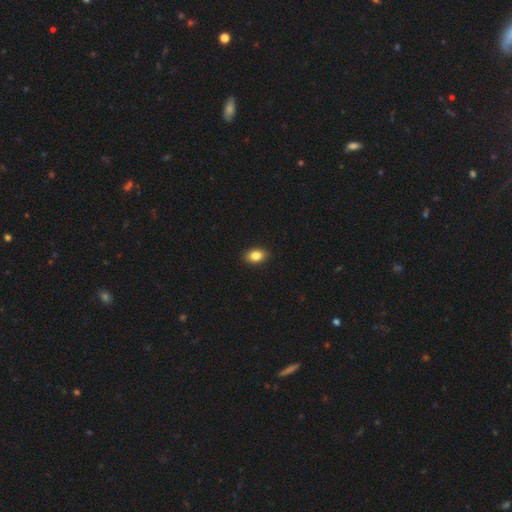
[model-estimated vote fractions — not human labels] Overall: smooth (85%). How rounded: in between (83%). Merging: none (90%).